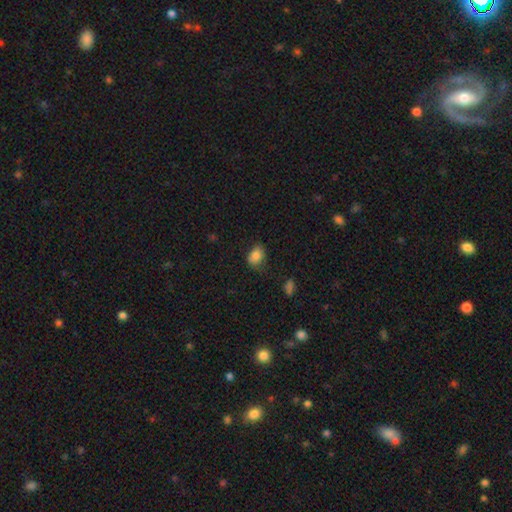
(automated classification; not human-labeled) The model was most divided on "merging": none: 61%, minor disturbance: 29%, major disturbance: 8%, merger: 2%. More confident: smooth or featured — smooth (84%); how rounded — in between (70%).